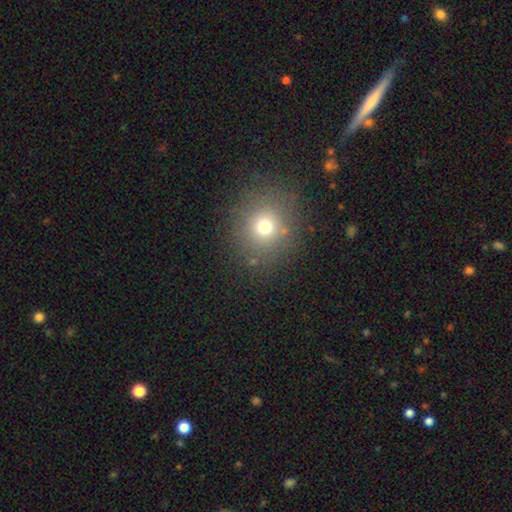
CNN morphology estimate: The model was most divided on "smooth or featured": smooth: 65%, star or artifact: 25%, featured or disk: 10%. More confident: how rounded — round (89%); merging — none (89%).